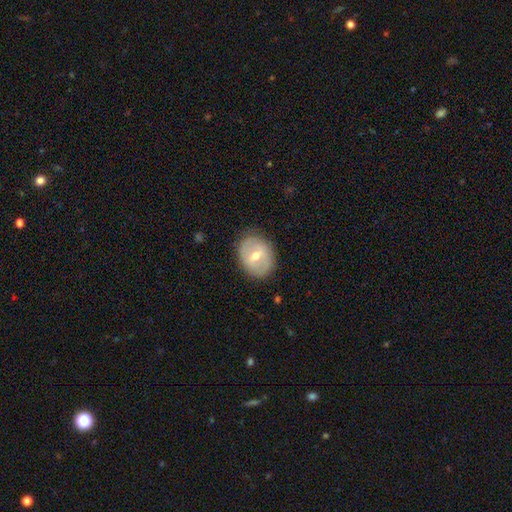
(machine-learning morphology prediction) Q: Smooth or featured?
A: featured or disk (50%); runner-up: smooth (43%)
Q: Merging?
A: none (82%); runner-up: minor disturbance (13%)